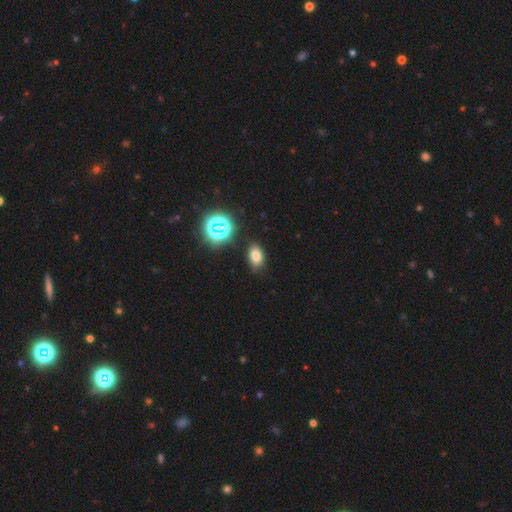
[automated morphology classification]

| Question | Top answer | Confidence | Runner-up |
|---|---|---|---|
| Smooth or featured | smooth | 72% | star or artifact (20%) |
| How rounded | in between | 84% | round (14%) |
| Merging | none | 84% | minor disturbance (11%) |